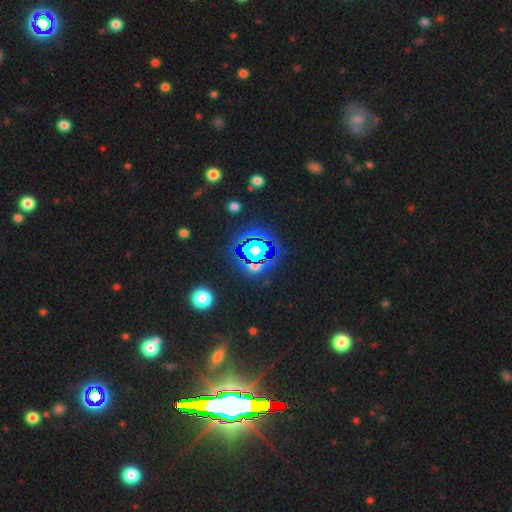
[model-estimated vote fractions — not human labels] Overall: star or artifact (84%).